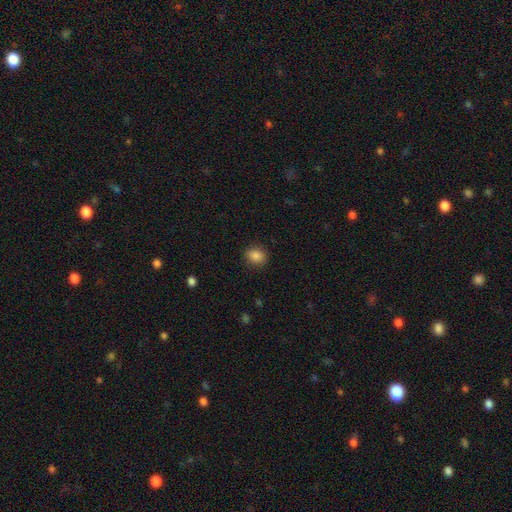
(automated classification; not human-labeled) A smooth galaxy with no disk features (86%) that is round (62%).

Vote fractions:
- Smooth or featured? smooth: 86% / star or artifact: 10% / featured or disk: 4%
- How rounded? round: 62% / in between: 37% / cigar-shaped: 1%
- Merging? none: 89% / minor disturbance: 7% / major disturbance: 2% / merger: 1%